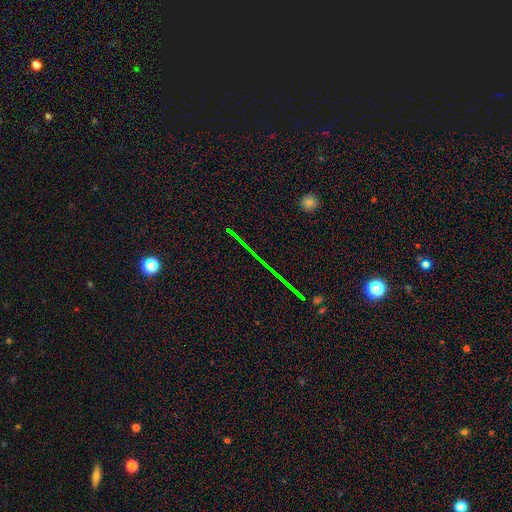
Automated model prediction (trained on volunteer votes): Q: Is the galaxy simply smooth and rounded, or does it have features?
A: star or artifact — 75%.